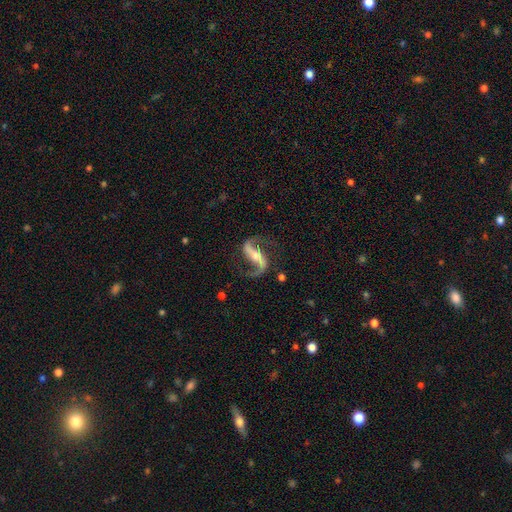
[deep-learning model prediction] Q: Smooth or featured?
A: featured or disk (92%); runner-up: star or artifact (5%)
Q: Edge-on disk?
A: no (95%); runner-up: yes (5%)
Q: Bar?
A: strong (61%); runner-up: weak (24%)
Q: Spiral arms?
A: yes (97%); runner-up: no (3%)
Q: Spiral winding?
A: loose (60%); runner-up: medium (33%)
Q: Spiral arm count?
A: 2 (93%); runner-up: 1 (2%)
Q: Bulge size?
A: small (50%); runner-up: moderate (43%)
Q: Merging?
A: none (80%); runner-up: minor disturbance (11%)